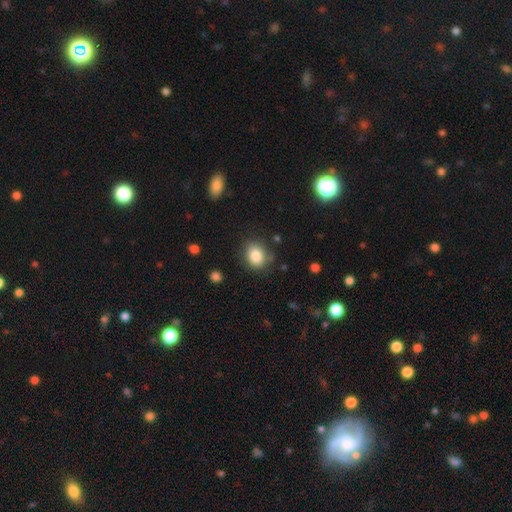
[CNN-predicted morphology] Q: Smooth or featured?
A: smooth (85%); runner-up: star or artifact (9%)
Q: How rounded?
A: round (53%); runner-up: in between (46%)
Q: Merging?
A: none (78%); runner-up: minor disturbance (15%)